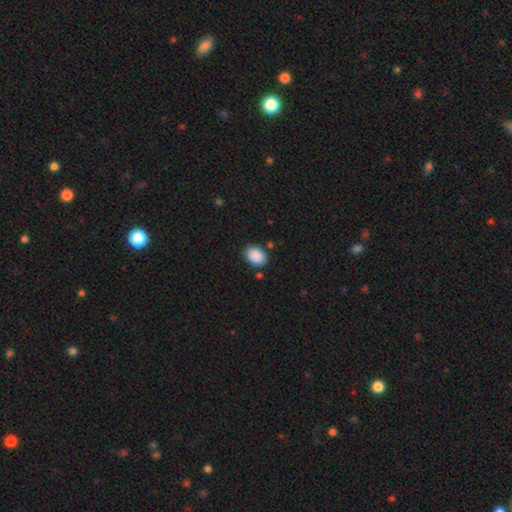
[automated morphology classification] Smooth or featured? Predicted: smooth (p=0.90). How rounded? Predicted: in between (p=0.70). Merging? Predicted: none (p=0.85).